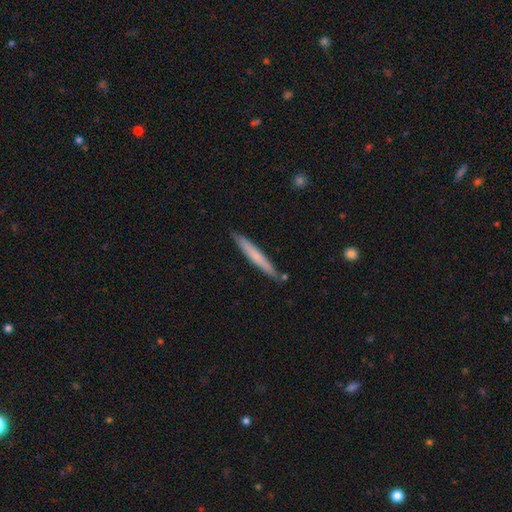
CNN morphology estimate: smooth_or_featured: smooth (p=0.64) [alt: featured or disk p=0.31]
how_rounded: cigar-shaped (p=0.96) [alt: in between p=0.03]
merging: none (p=0.86) [alt: minor disturbance p=0.10]